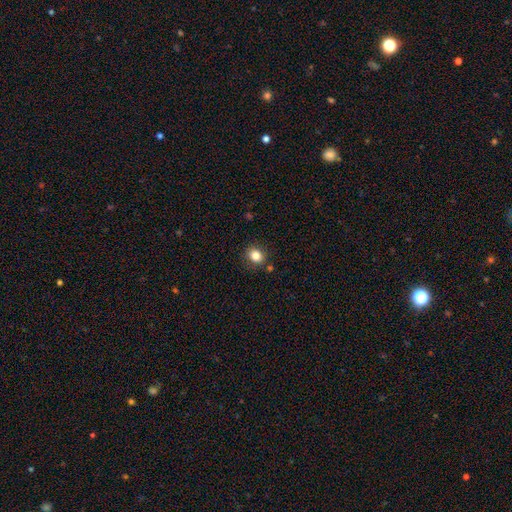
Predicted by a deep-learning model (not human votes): A smooth galaxy with no disk features (83%) that is round (67%). Merging: none (84%).